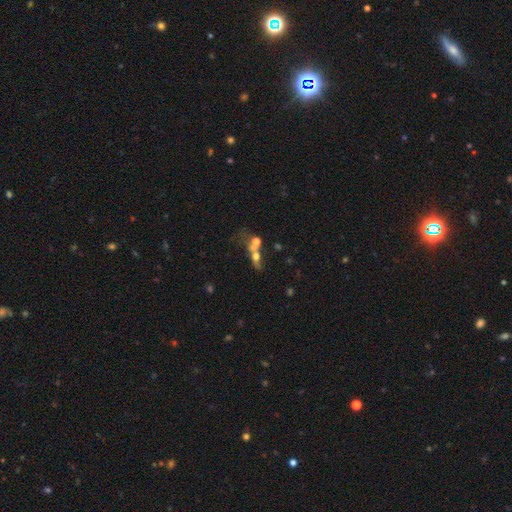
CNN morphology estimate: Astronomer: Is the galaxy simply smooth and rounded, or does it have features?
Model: smooth — 49% (runner-up: featured or disk, 35%).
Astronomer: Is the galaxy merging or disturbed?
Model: merger — 57%.